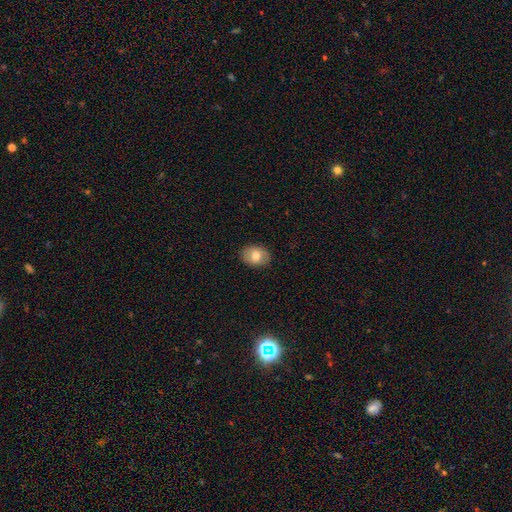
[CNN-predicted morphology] This appears to be a smooth galaxy with no disk features (77%) that is in between round and cigar-shaped (61%). Merging: none (87%).